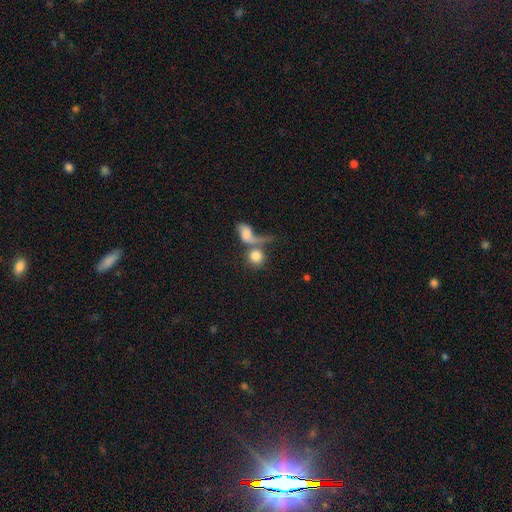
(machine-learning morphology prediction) type=smooth (77%); roundness=round (79%); merging=merger (54%).